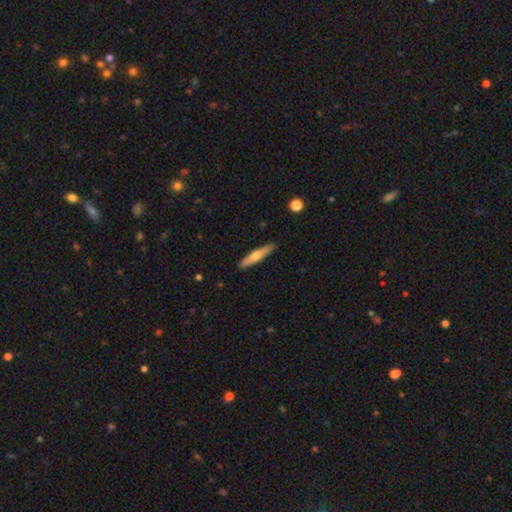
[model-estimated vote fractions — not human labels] Smooth or featured? Predicted: smooth (p=0.48). Merging? Predicted: none (p=0.90).